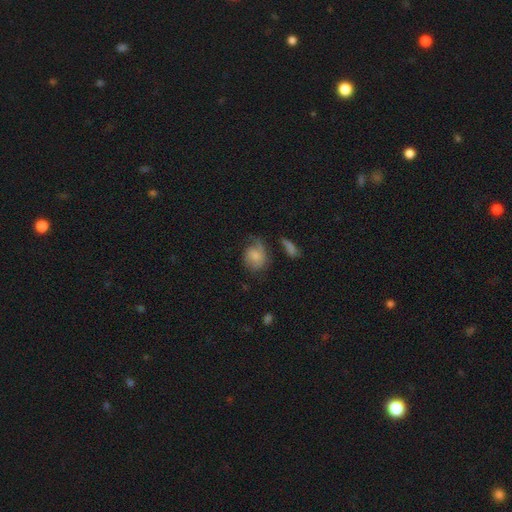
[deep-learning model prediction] smooth_or_featured: smooth (p=0.49) [alt: featured or disk p=0.42]
merging: none (p=0.41) [alt: major disturbance p=0.26]